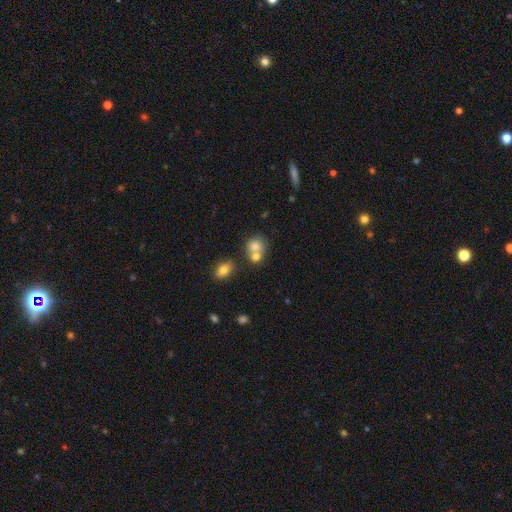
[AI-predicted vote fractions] This is likely a smooth galaxy (75%). How rounded: likely round (68%). Merging: possibly merger (50%).